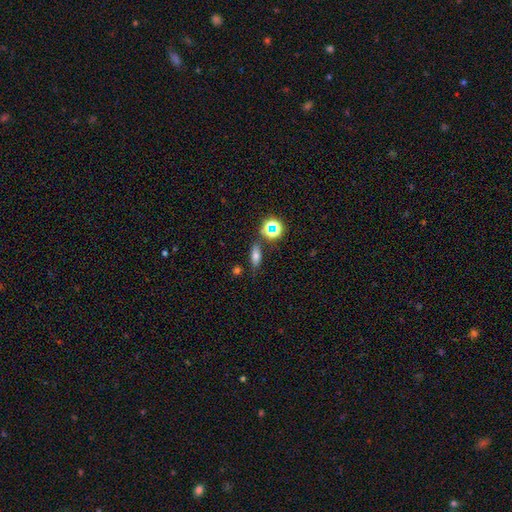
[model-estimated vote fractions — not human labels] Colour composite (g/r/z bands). It shows a smooth galaxy with no disk features (67%) that is in between round and cigar-shaped (68%). Merging: none (76%).